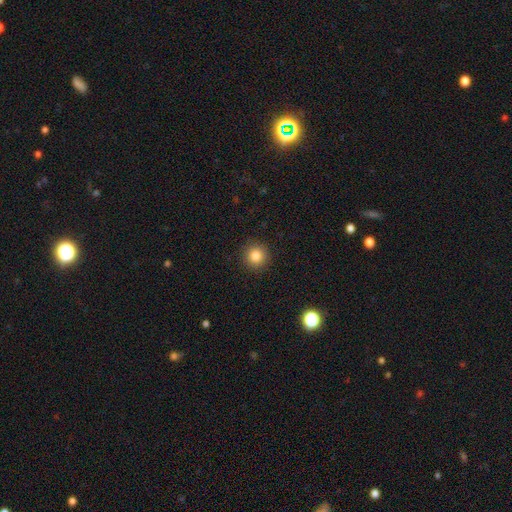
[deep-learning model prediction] This appears to be a smooth galaxy with no disk features (84%) that is round (95%). Merging: none (92%).